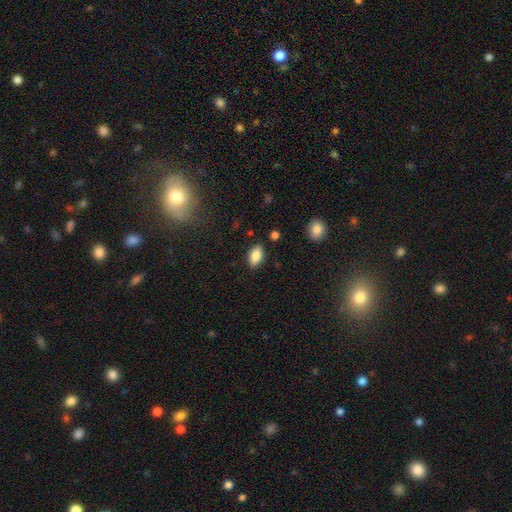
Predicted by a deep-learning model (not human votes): smooth-or-featured: smooth: 83% | featured or disk: 9% | star or artifact: 8%
  how-rounded: in between: 90% | round: 6% | cigar-shaped: 4%
  merging: none: 86% | minor disturbance: 10% | major disturbance: 2% | merger: 2%